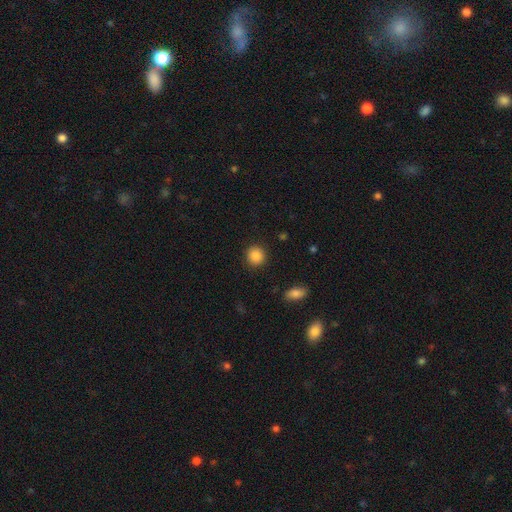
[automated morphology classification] Smooth or featured: smooth — 87% (star or artifact — 9%)
How rounded: round — 90% (in between — 9%)
Merging: none — 90% (minor disturbance — 6%)